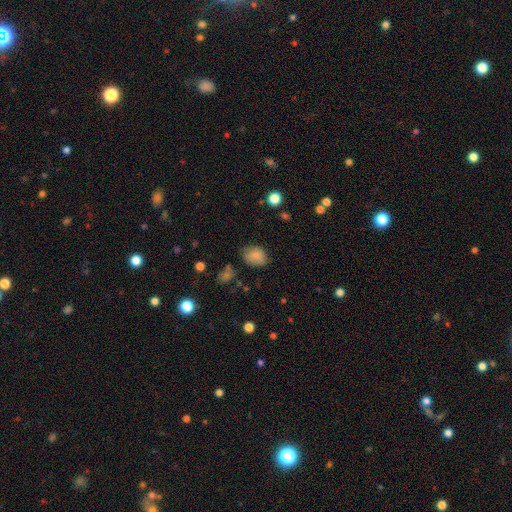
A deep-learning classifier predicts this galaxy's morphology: This appears to be a smooth galaxy with no disk features (82%) that is in between round and cigar-shaped (63%). Merging: none (70%).